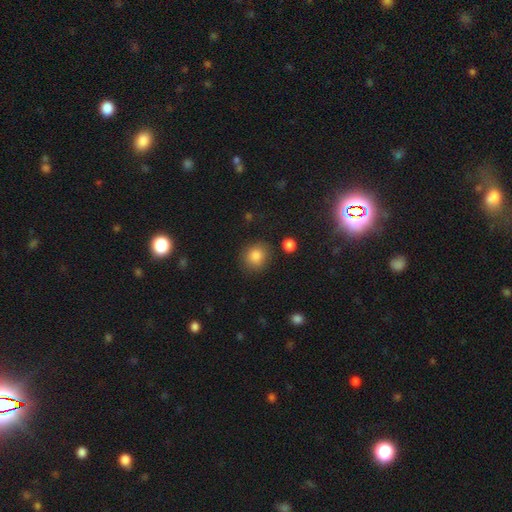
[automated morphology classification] smooth 85%, star or artifact 9%, featured or disk 5%. Down the decision tree: how rounded — round (82%); merging — none (83%).